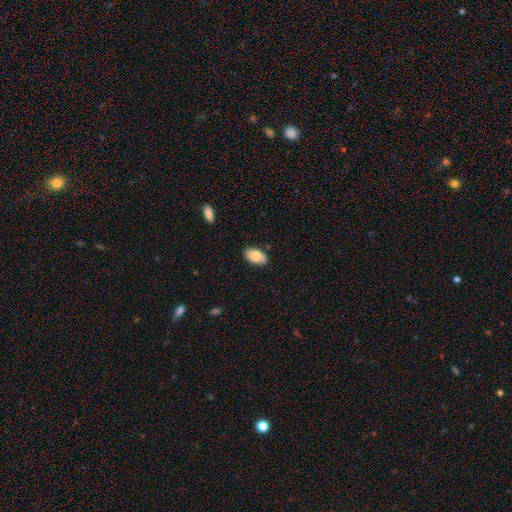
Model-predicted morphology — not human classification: Overall: smooth (75%). How rounded: in between (93%). Merging: none (83%).